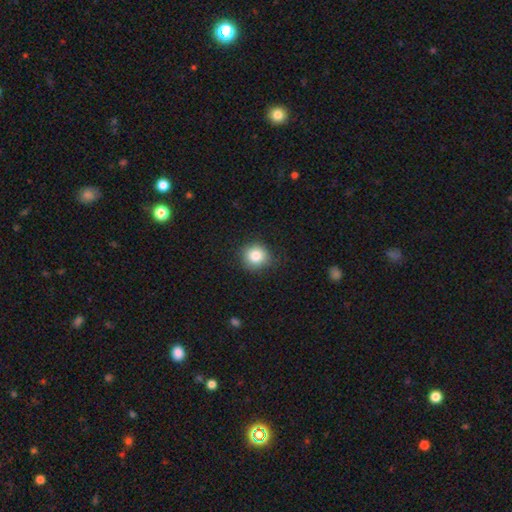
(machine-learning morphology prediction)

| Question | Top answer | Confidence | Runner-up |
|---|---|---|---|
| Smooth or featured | smooth | 83% | star or artifact (10%) |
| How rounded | round | 90% | in between (9%) |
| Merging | none | 85% | minor disturbance (12%) |